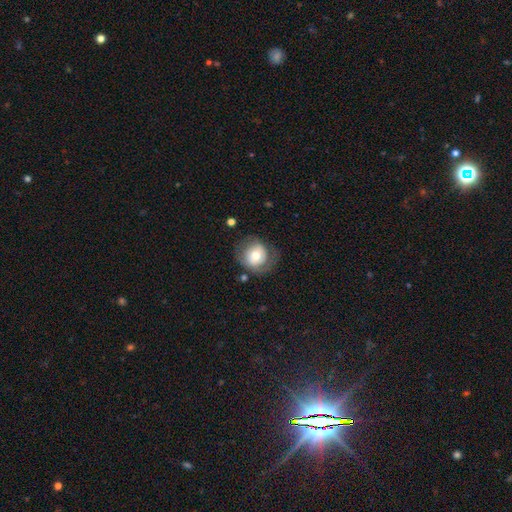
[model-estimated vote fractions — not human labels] A smooth galaxy with no disk features (58%) that is round (77%). Merging: none (60%).